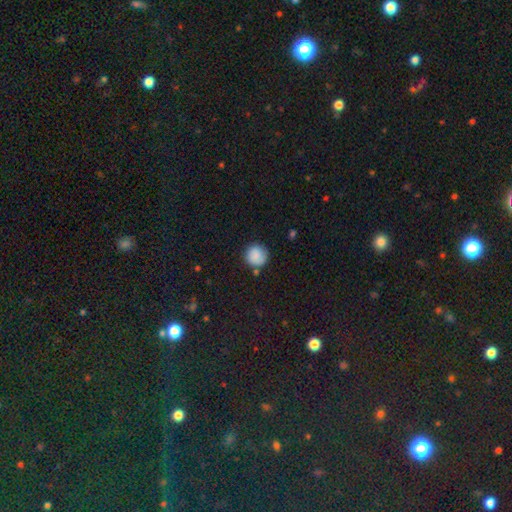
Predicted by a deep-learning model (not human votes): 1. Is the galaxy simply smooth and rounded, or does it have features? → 86% smooth, 9% star or artifact, 6% featured or disk.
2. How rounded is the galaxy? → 94% round, 5% in between, 1% cigar-shaped.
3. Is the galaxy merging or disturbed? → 80% none, 13% minor disturbance, 3% merger, 3% major disturbance.